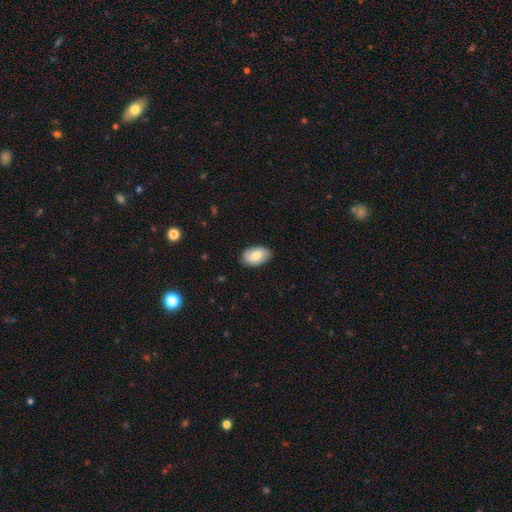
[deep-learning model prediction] The model was most divided on "smooth or featured": smooth: 74%, featured or disk: 20%, star or artifact: 6%. More confident: how rounded — in between (93%); merging — none (85%).